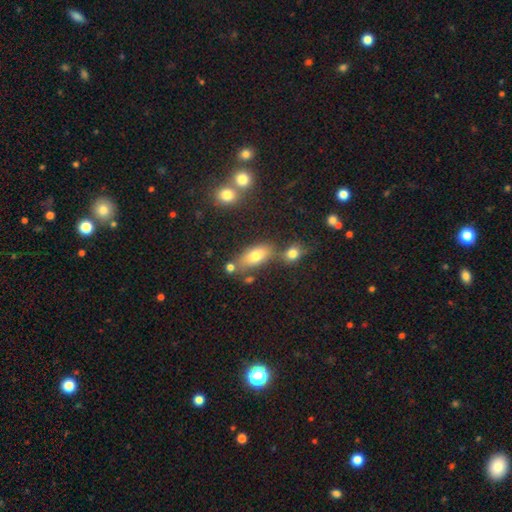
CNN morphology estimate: Smooth or featured? smooth (74%)
How rounded? in between (81%)
Merging? none (59%)